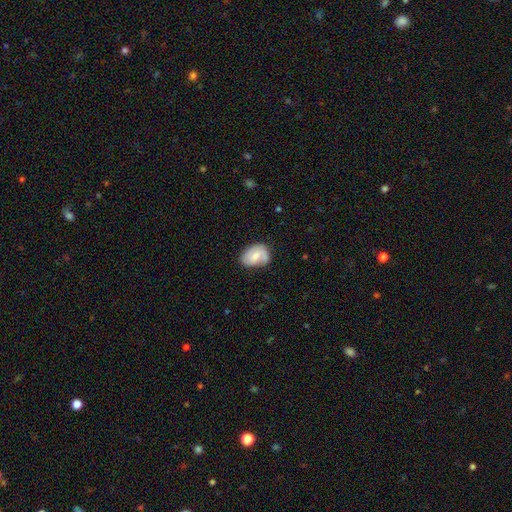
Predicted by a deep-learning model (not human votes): Smooth or featured?
  - smooth: 54% *
  - featured or disk: 40%
  - star or artifact: 7%
How rounded?
  - in between: 75% *
  - round: 24%
  - cigar-shaped: 1%
Merging?
  - none: 60% *
  - minor disturbance: 30%
  - major disturbance: 9%
  - merger: 2%